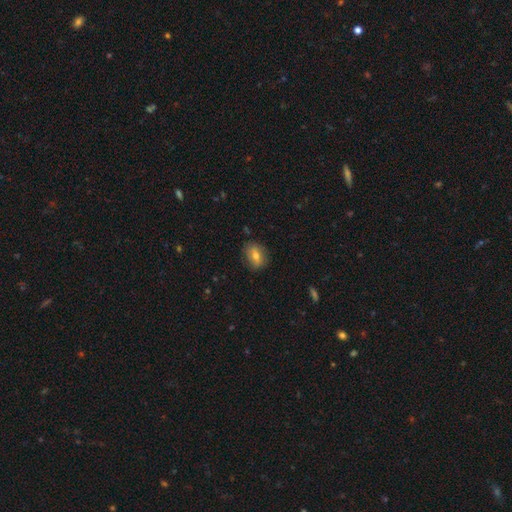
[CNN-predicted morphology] Smooth or featured? Predicted: smooth (p=0.62). How rounded? Predicted: in between (p=0.62). Merging? Predicted: none (p=0.79).